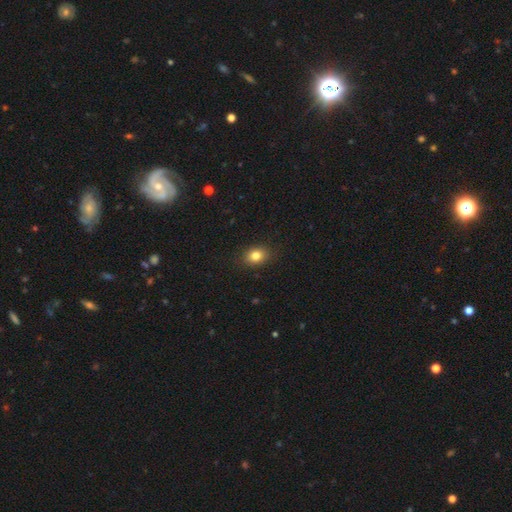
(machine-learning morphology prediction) This appears to be a smooth galaxy with no disk features (81%) that is in between round and cigar-shaped (61%). Merging: none (87%).